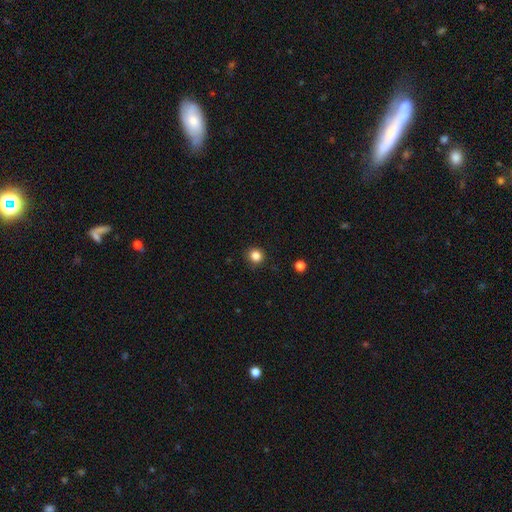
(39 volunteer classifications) Smooth or featured: smooth — 95% (featured or disk — 5%)
How rounded: round — 95% (in between — 5%)
Merging: none — 97% (minor disturbance — 3%)